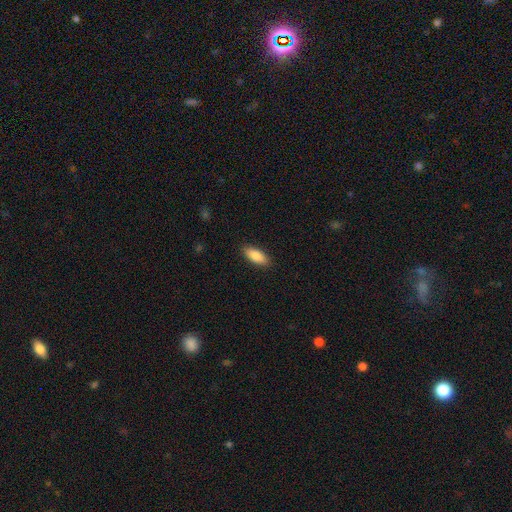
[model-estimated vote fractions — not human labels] smooth 86%, featured or disk 8%, star or artifact 6%. Down the decision tree: how rounded — in between (81%); merging — none (89%).